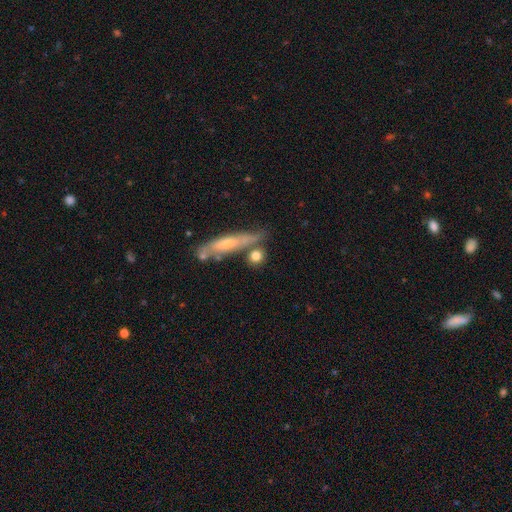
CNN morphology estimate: Overall: smooth (74%). How rounded: round (60%; cigar-shaped 21%). Merging: none (65%).